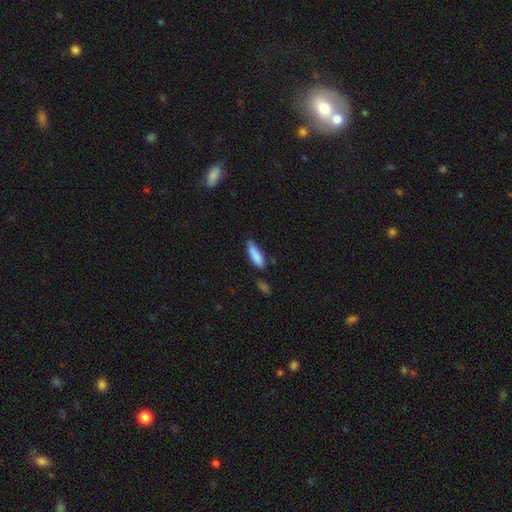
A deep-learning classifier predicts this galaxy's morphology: Smooth or featured? Predicted: smooth (p=0.86). How rounded? Predicted: cigar-shaped (p=0.50). Merging? Predicted: none (p=0.64).